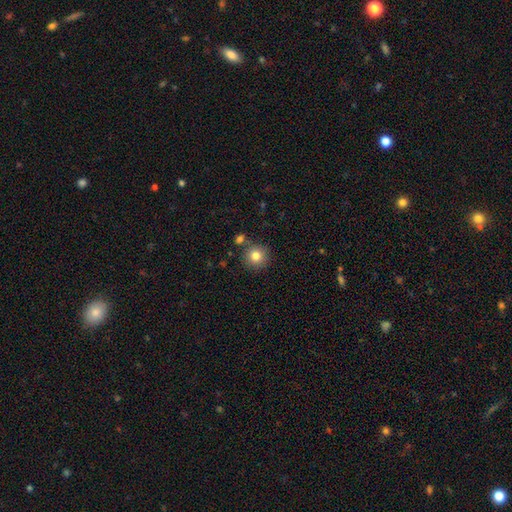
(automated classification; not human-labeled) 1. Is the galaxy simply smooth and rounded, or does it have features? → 82% smooth, 10% star or artifact, 7% featured or disk.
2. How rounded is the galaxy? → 93% round, 6% in between, 1% cigar-shaped.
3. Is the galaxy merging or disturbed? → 80% none, 9% minor disturbance, 8% merger, 3% major disturbance.